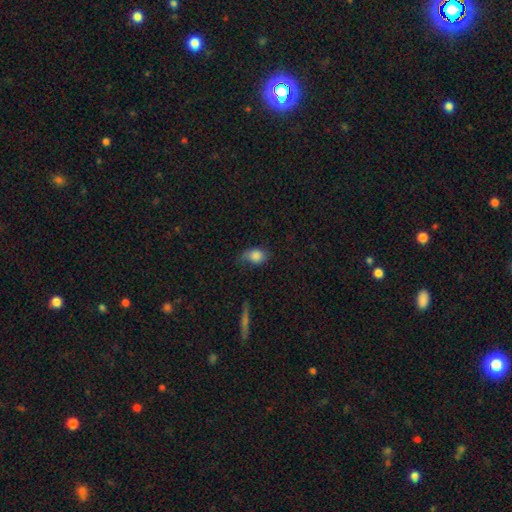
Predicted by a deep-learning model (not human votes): Q: Smooth or featured?
A: smooth (80%); runner-up: featured or disk (11%)
Q: How rounded?
A: in between (62%); runner-up: round (37%)
Q: Merging?
A: none (43%); runner-up: minor disturbance (35%)